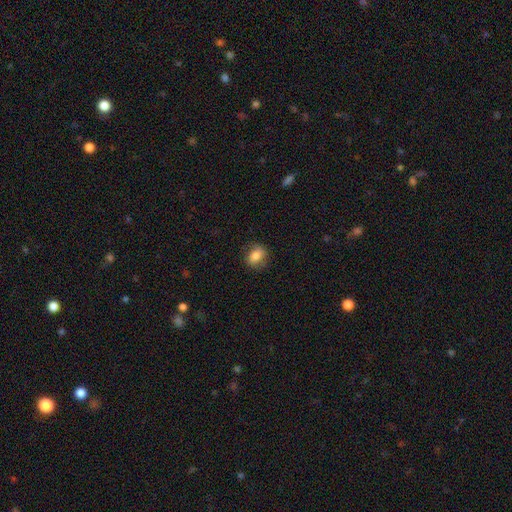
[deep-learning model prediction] A smooth galaxy with no disk features (81%) that is in between round and cigar-shaped (61%).

Vote fractions:
- Smooth or featured? smooth: 81% / featured or disk: 10% / star or artifact: 9%
- How rounded? in between: 61% / round: 38% / cigar-shaped: 2%
- Merging? none: 81% / minor disturbance: 14% / major disturbance: 4% / merger: 1%